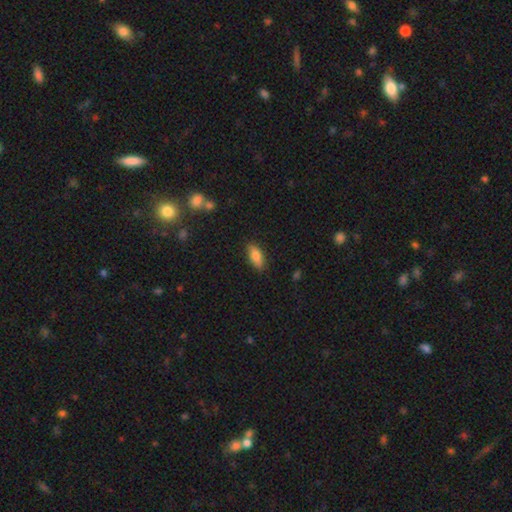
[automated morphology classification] smooth-or-featured: smooth: 81% | featured or disk: 12% | star or artifact: 8%
  how-rounded: in between: 80% | cigar-shaped: 18% | round: 3%
  merging: none: 85% | minor disturbance: 11% | major disturbance: 2% | merger: 1%